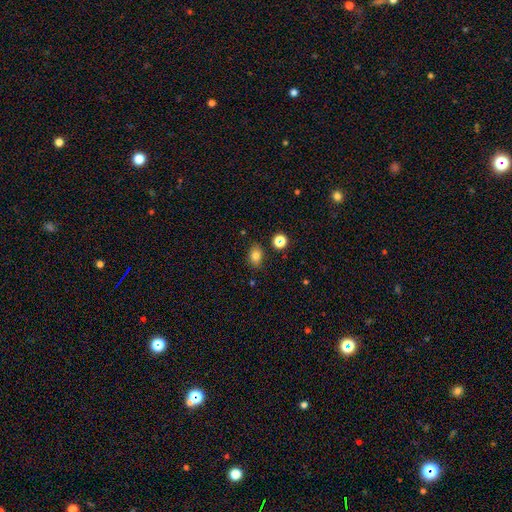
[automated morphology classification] The model was most divided on "how rounded": in between: 72%, round: 27%, cigar-shaped: 1%. More confident: merging — none (79%); smooth or featured — smooth (78%).